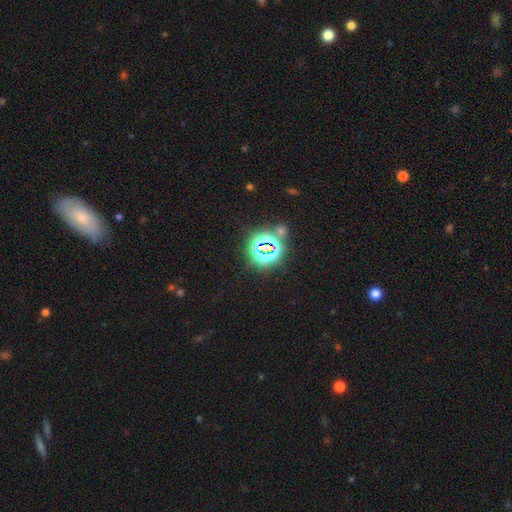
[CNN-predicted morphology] This is likely a star or artifact rather than a galaxy (78%).